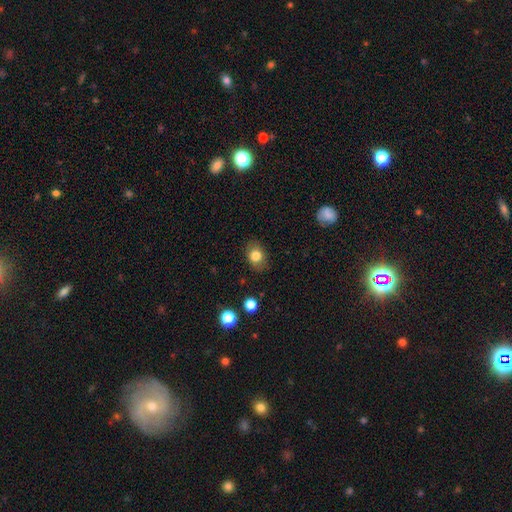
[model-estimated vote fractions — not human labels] A smooth galaxy with no disk features (81%) that is in between round and cigar-shaped (58%). Merging: none (84%).